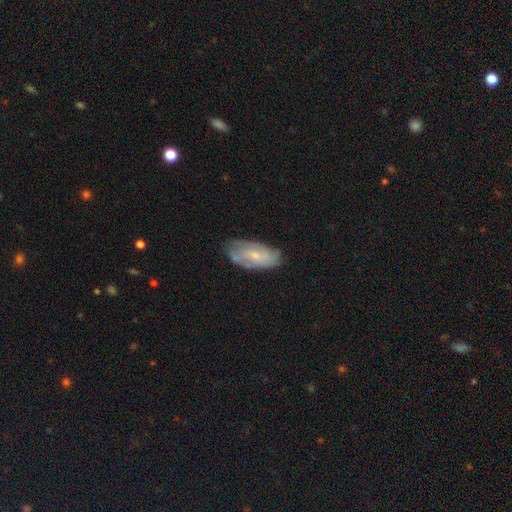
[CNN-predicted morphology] A featured or disk galaxy (59%) with no bar (64%), spiral arms (76%) and a small central bulge (68%).

Vote fractions:
- Smooth or featured? featured or disk: 59% / smooth: 34% / star or artifact: 7%
- Edge-on disk? no: 92% / yes: 8%
- Bar? no: 64% / weak: 30% / strong: 6%
- Spiral arms? yes: 76% / no: 24%
- Bulge size? small: 68% / moderate: 25% / none: 4% / large: 1% / dominant: 1%
- Merging? none: 68% / minor disturbance: 24% / major disturbance: 6% / merger: 2%